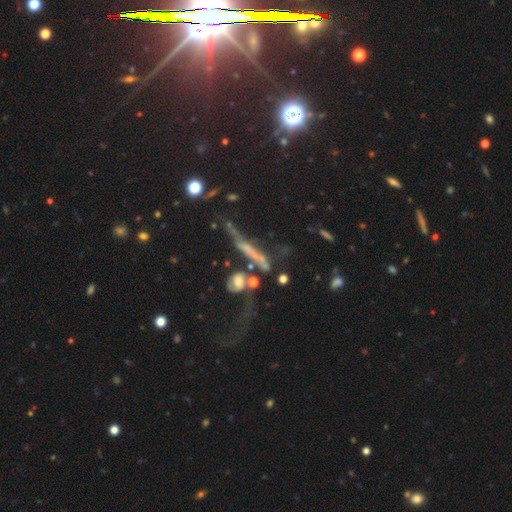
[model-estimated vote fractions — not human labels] Q: Smooth or featured?
A: featured or disk (55%); runner-up: smooth (29%)
Q: Edge-on disk?
A: yes (67%); runner-up: no (33%)
Q: Merging?
A: none (34%); runner-up: major disturbance (27%)